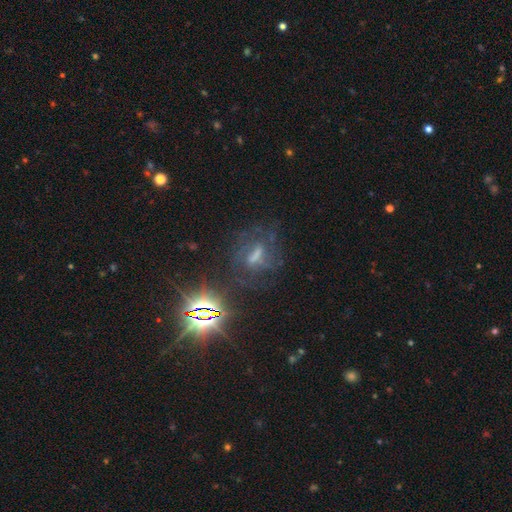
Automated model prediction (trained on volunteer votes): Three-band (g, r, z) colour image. It shows a featured or disk galaxy (42%). Merging: none (63%).